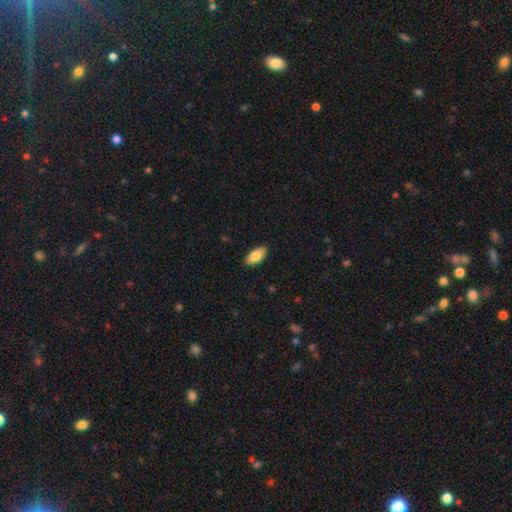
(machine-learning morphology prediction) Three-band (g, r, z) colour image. It shows a smooth galaxy with no disk features (84%) that is in between round and cigar-shaped (92%). Merging: none (88%).